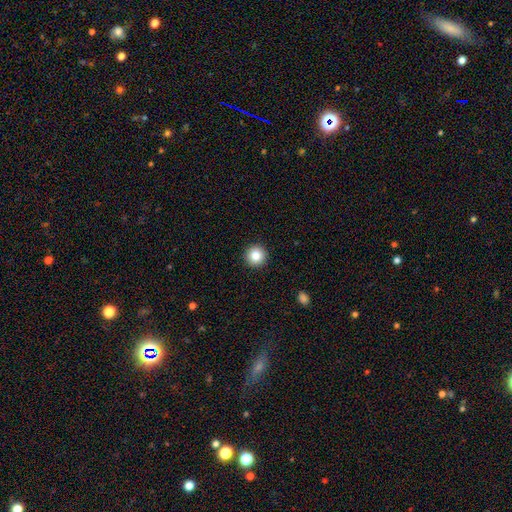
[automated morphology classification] Smooth or featured?
  - smooth: 85% *
  - star or artifact: 10%
  - featured or disk: 5%
How rounded?
  - round: 96% *
  - in between: 3%
  - cigar-shaped: 1%
Merging?
  - none: 93% *
  - minor disturbance: 5%
  - major disturbance: 2%
  - merger: 1%